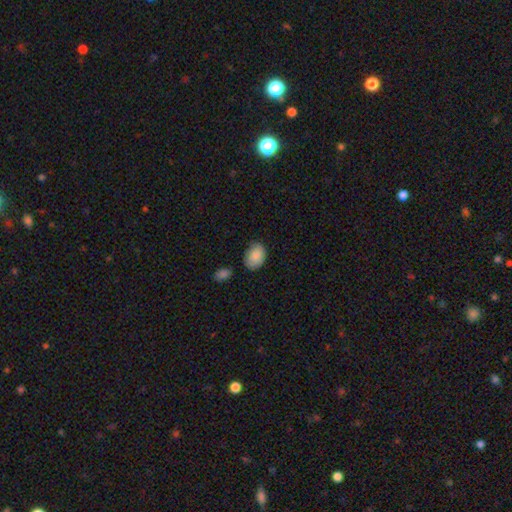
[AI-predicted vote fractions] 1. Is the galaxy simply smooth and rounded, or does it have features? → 89% smooth, 7% star or artifact, 5% featured or disk.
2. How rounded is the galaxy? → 83% in between, 16% round, 1% cigar-shaped.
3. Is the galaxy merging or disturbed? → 71% none, 22% minor disturbance, 4% major disturbance, 3% merger.